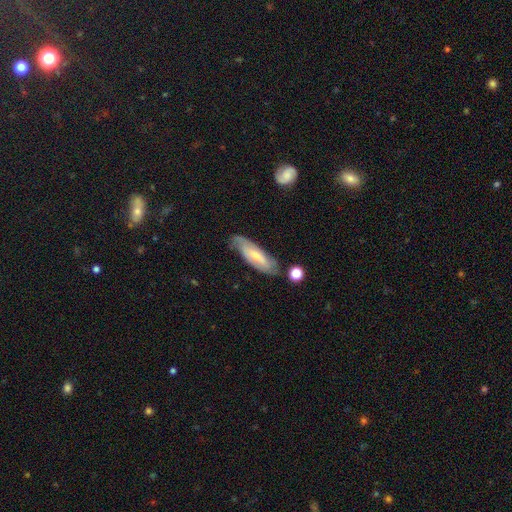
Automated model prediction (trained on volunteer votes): Q: Smooth or featured?
A: featured or disk (50%); runner-up: smooth (43%)
Q: Edge-on disk?
A: no (73%); runner-up: yes (27%)
Q: Merging?
A: none (65%); runner-up: minor disturbance (24%)